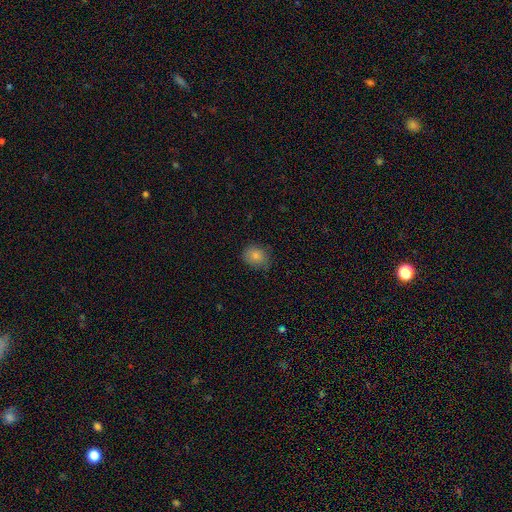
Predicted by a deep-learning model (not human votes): Overall: smooth (82%). How rounded: round (57%; in between 42%). Merging: none (72%).